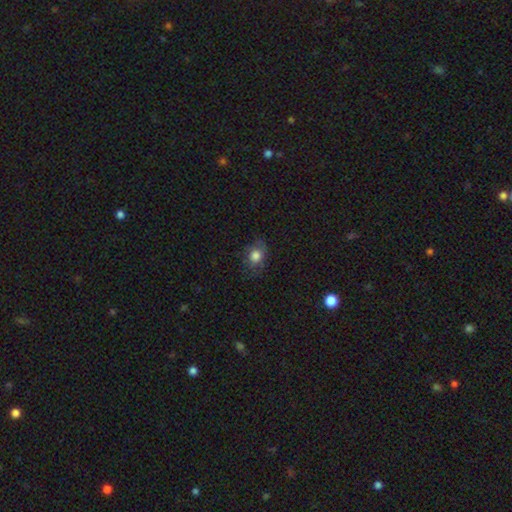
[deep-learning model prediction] Q: Smooth or featured?
A: smooth (79%); runner-up: featured or disk (12%)
Q: How rounded?
A: in between (55%); runner-up: round (44%)
Q: Merging?
A: none (71%); runner-up: minor disturbance (21%)